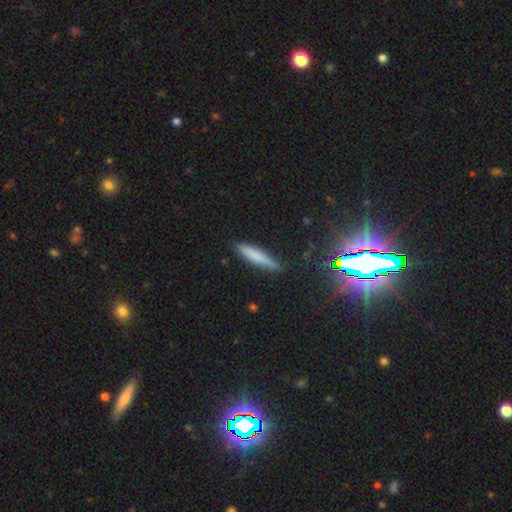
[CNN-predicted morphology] This is likely a smooth galaxy (72%). How rounded: clearly cigar-shaped (88%). Merging: clearly none (86%).